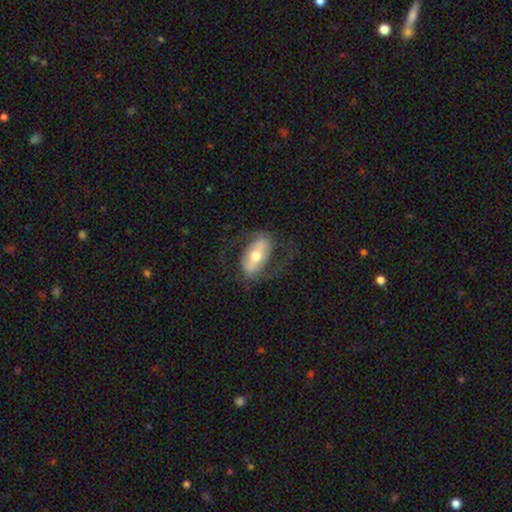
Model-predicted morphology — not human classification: A featured or disk galaxy (63%) with a strong bar (47%), spiral arms (62%) and a moderate central bulge (68%). Merging: none (70%).